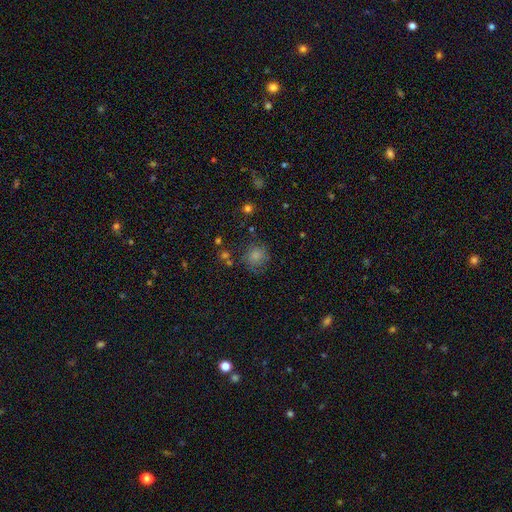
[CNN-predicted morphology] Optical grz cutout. It shows a smooth galaxy with no disk features (77%) that is round (87%). Merging: none (71%).